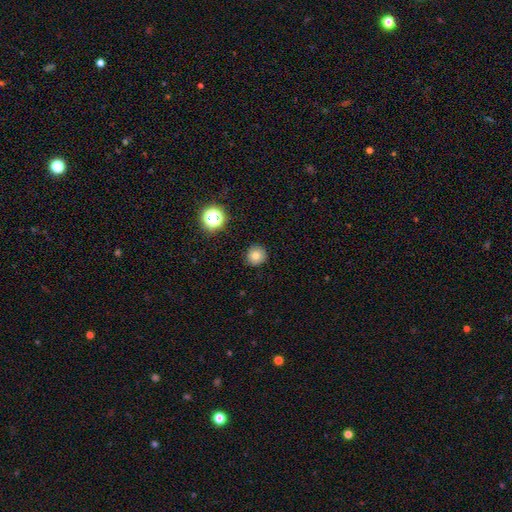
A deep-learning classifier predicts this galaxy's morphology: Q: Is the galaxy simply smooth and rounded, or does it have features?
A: smooth — 79%.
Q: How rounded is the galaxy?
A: round — 94%.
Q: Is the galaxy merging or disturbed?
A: none — 91%.